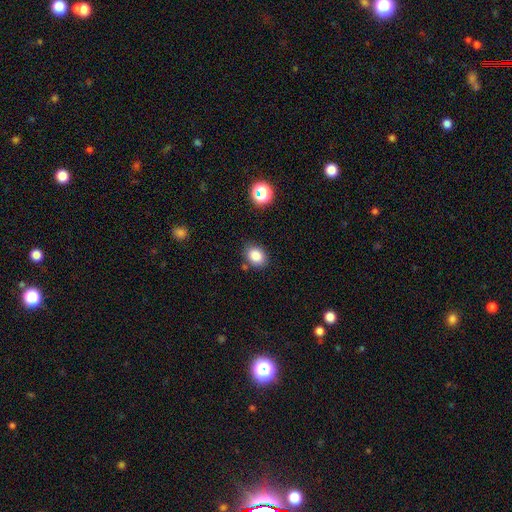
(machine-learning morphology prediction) Smooth or featured? smooth (85%)
How rounded? in between (57%)
Merging? none (80%)